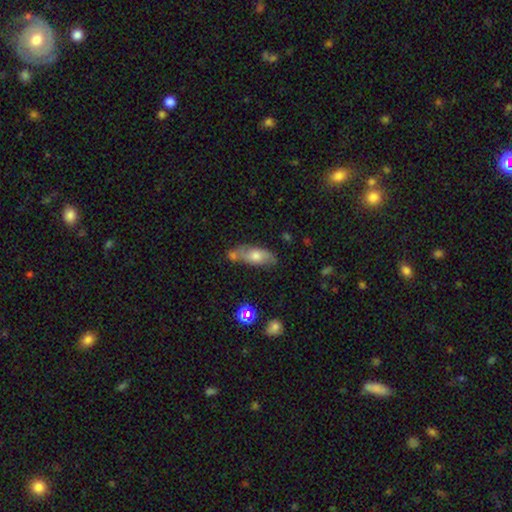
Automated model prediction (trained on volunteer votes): A smooth galaxy with no disk features (60%) that is in between round and cigar-shaped (74%).

Vote fractions:
- Smooth or featured? smooth: 60% / featured or disk: 31% / star or artifact: 9%
- How rounded? in between: 74% / cigar-shaped: 21% / round: 5%
- Merging? none: 52% / merger: 21% / minor disturbance: 21% / major disturbance: 6%